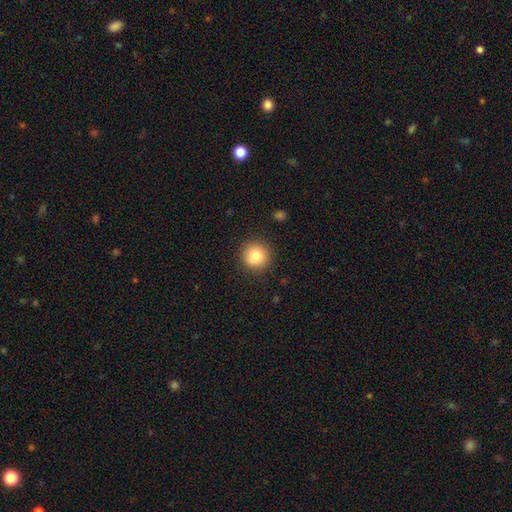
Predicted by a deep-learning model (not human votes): smooth_or_featured: smooth (p=0.82) [alt: star or artifact p=0.10]
how_rounded: round (p=0.94) [alt: in between p=0.05]
merging: none (p=0.88) [alt: minor disturbance p=0.08]